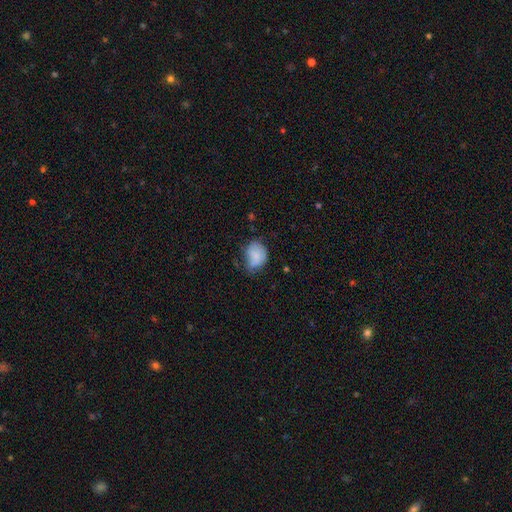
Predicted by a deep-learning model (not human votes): Smooth or featured?
  - smooth: 74% *
  - featured or disk: 19%
  - star or artifact: 8%
How rounded?
  - in between: 61% *
  - round: 38%
  - cigar-shaped: 1%
Merging?
  - none: 44% *
  - minor disturbance: 40%
  - major disturbance: 14%
  - merger: 2%